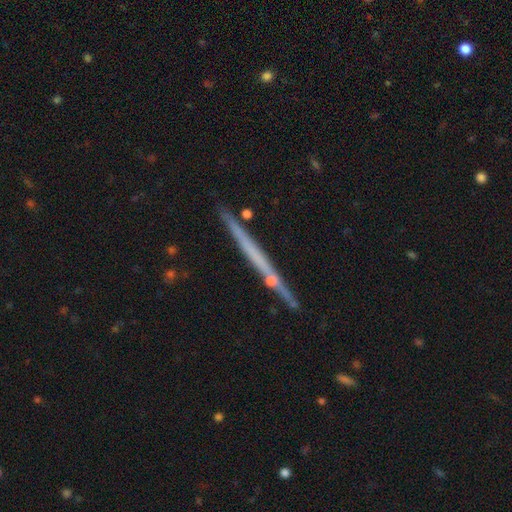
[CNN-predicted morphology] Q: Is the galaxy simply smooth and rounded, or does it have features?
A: featured or disk — 64%.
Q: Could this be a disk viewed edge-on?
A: yes — 97%.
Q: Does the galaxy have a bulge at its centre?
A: none — 85%.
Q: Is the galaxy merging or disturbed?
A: none — 87%.